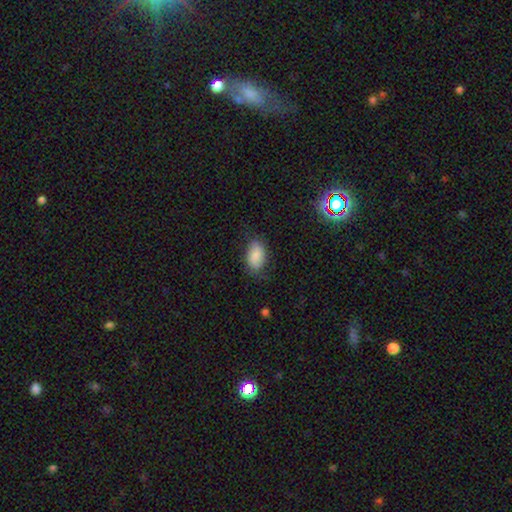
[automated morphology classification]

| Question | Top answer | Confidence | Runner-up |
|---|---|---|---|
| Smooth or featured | smooth | 84% | featured or disk (9%) |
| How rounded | in between | 91% | round (7%) |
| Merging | none | 71% | minor disturbance (22%) |